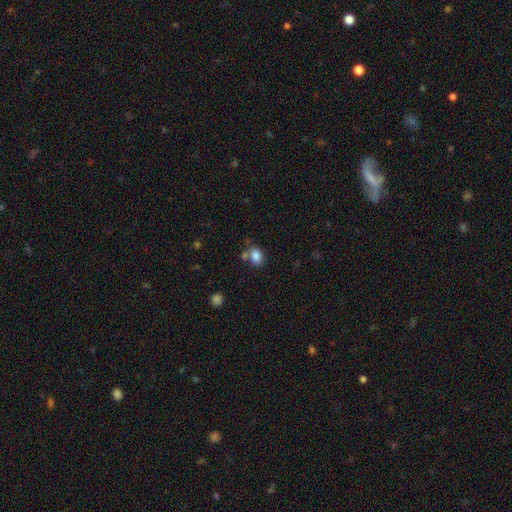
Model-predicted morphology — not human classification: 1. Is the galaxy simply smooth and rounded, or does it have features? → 83% smooth, 10% star or artifact, 7% featured or disk.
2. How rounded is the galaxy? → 72% in between, 27% round, 1% cigar-shaped.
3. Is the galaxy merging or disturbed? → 56% none, 23% merger, 15% minor disturbance, 6% major disturbance.